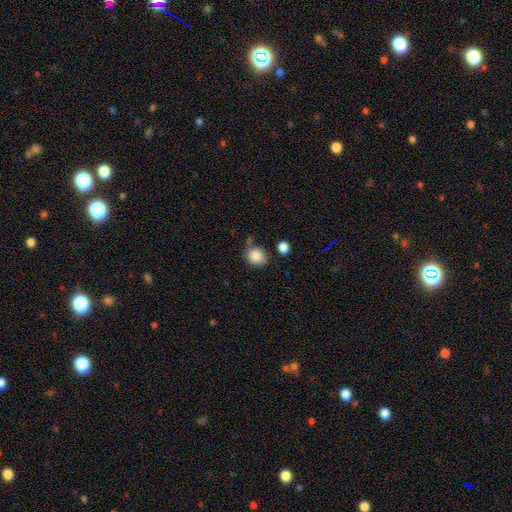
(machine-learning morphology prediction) smooth 85%, star or artifact 9%, featured or disk 6%. Down the decision tree: how rounded — round (67%); merging — none (68%).